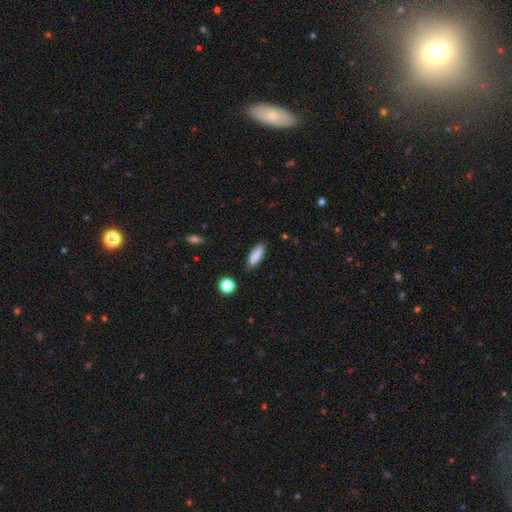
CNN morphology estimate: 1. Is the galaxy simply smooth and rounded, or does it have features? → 86% smooth, 7% star or artifact, 7% featured or disk.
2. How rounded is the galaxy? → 51% cigar-shaped, 47% in between, 2% round.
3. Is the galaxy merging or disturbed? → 86% none, 10% minor disturbance, 2% major disturbance, 2% merger.